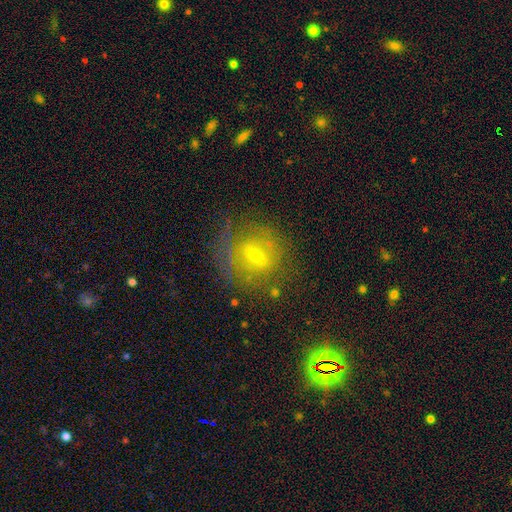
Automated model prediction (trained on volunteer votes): smooth-or-featured: featured or disk: 61% | smooth: 26% | star or artifact: 13%
  disk-edge-on: no: 79% | yes: 21%
  merging: none: 68% | minor disturbance: 18% | major disturbance: 11% | merger: 2%